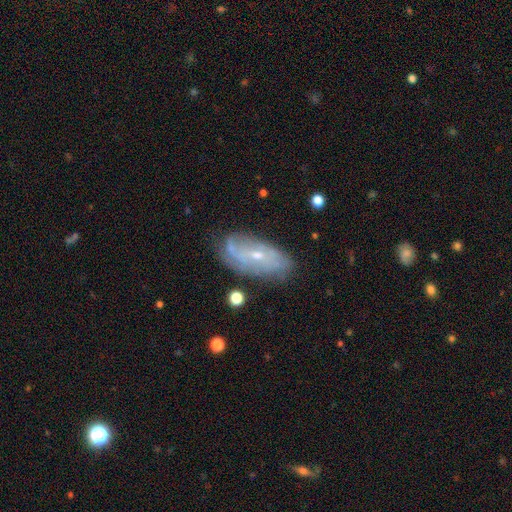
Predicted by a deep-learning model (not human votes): Smooth or featured: featured or disk — 69% (smooth — 22%)
Edge-on disk: no — 89% (yes — 11%)
Bar: no — 60% (weak — 31%)
Spiral arms: yes — 78% (no — 22%)
Bulge size: small — 70% (moderate — 27%)
Merging: none — 69% (minor disturbance — 21%)